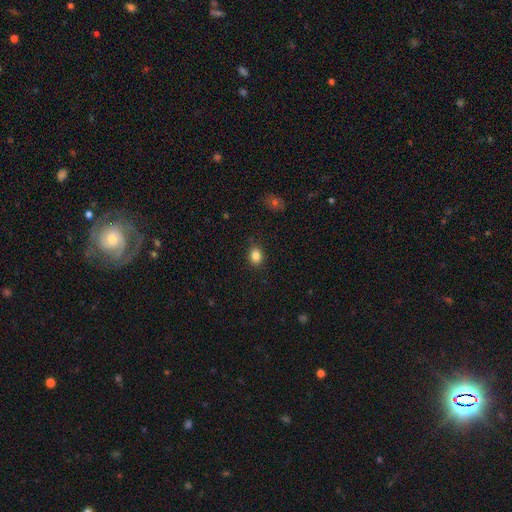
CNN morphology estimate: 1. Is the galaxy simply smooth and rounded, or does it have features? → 85% smooth, 10% star or artifact, 5% featured or disk.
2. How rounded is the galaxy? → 50% round, 49% in between, 1% cigar-shaped.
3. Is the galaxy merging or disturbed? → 86% none, 10% minor disturbance, 2% major disturbance, 1% merger.